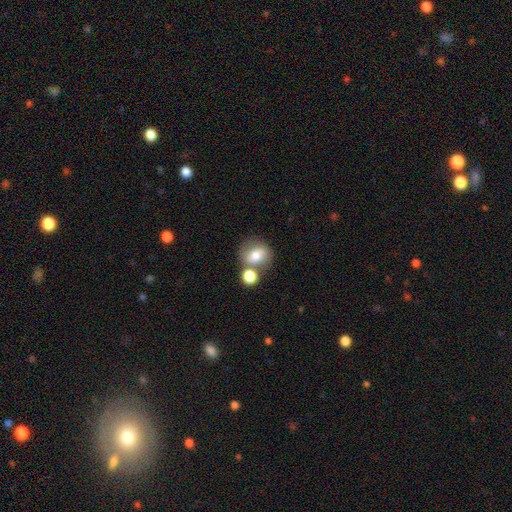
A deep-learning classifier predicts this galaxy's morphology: Smooth or featured: smooth — 64% (featured or disk — 26%)
How rounded: round — 70% (in between — 29%)
Merging: none — 50% (merger — 30%)